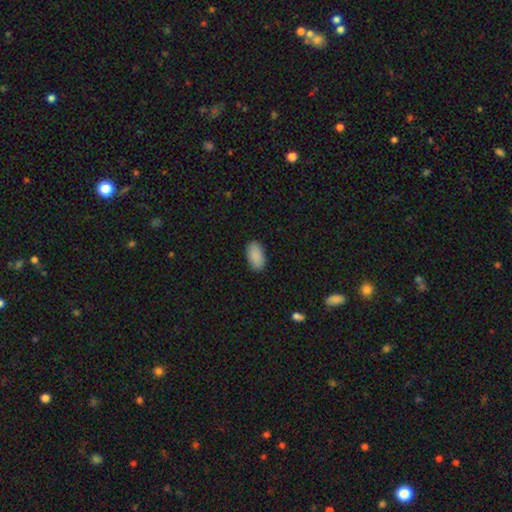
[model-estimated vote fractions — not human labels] The model was most divided on "merging": none: 87%, minor disturbance: 10%, major disturbance: 2%, merger: 1%. More confident: how rounded — in between (95%); smooth or featured — smooth (90%).